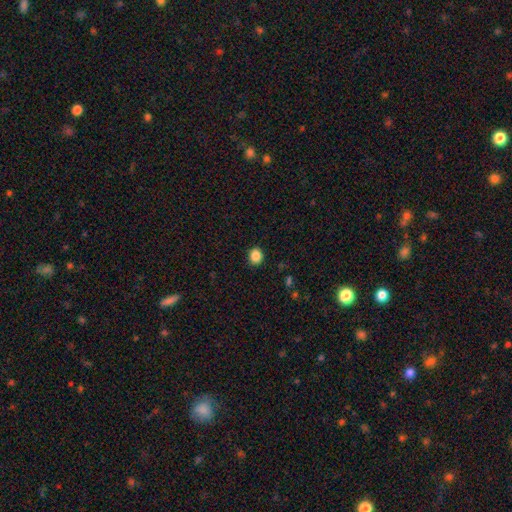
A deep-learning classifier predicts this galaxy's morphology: The model was most divided on "how rounded": round: 77%, in between: 22%, cigar-shaped: 1%. More confident: merging — none (90%); smooth or featured — smooth (87%).